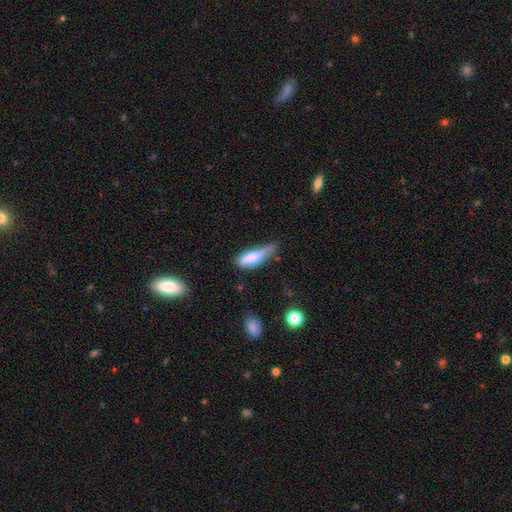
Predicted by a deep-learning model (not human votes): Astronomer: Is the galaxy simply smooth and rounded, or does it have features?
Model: smooth — 74%.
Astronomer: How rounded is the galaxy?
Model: in between — 52% (runner-up: cigar-shaped, 46%).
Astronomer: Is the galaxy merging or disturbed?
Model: minor disturbance — 45% (runner-up: none, 32%).